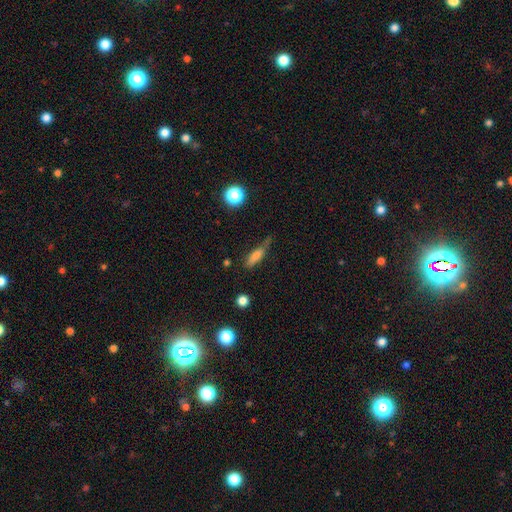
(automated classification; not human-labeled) Q: Smooth or featured?
A: smooth (66%); runner-up: featured or disk (22%)
Q: How rounded?
A: cigar-shaped (66%); runner-up: in between (30%)
Q: Merging?
A: none (58%); runner-up: minor disturbance (29%)